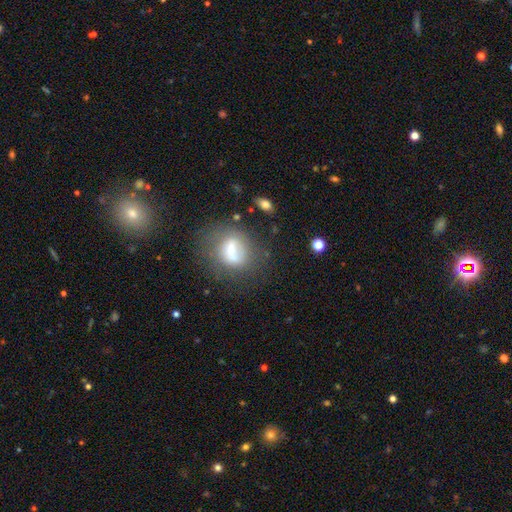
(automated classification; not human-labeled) Smooth or featured? Predicted: smooth (p=0.50). How rounded? Predicted: in between (p=0.51). Merging? Predicted: none (p=0.65).